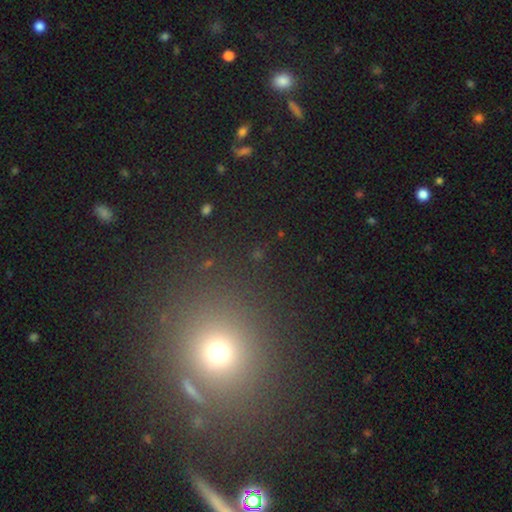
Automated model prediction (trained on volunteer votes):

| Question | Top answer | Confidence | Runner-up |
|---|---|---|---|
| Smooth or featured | smooth | 53% | star or artifact (38%) |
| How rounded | round | 85% | in between (13%) |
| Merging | none | 85% | minor disturbance (7%) |